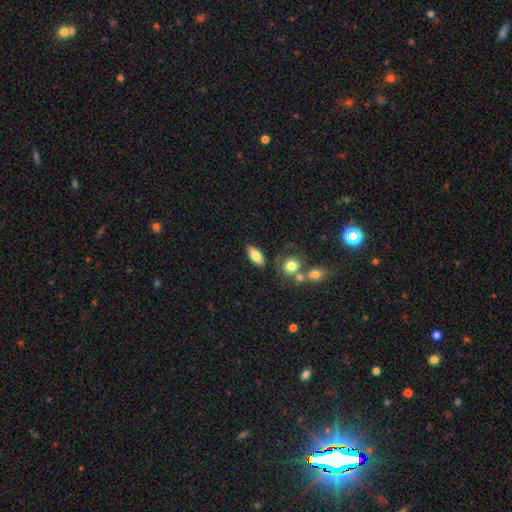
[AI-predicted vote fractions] smooth-or-featured: smooth: 74% | featured or disk: 19% | star or artifact: 7%
  how-rounded: in between: 82% | cigar-shaped: 13% | round: 5%
  merging: none: 77% | minor disturbance: 12% | merger: 7% | major disturbance: 4%